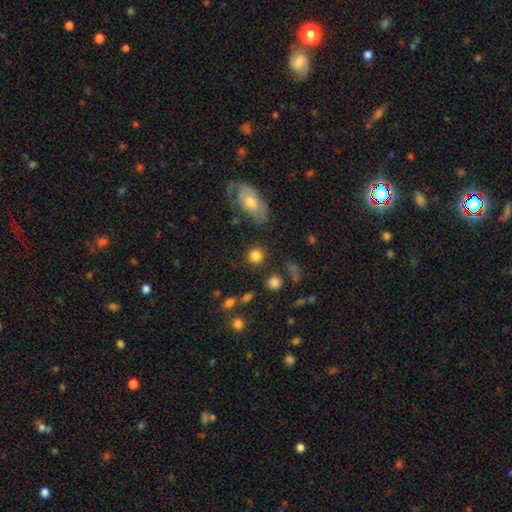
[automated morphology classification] The model was most divided on "smooth or featured": smooth: 84%, star or artifact: 10%, featured or disk: 7%. More confident: how rounded — round (88%); merging — none (84%).